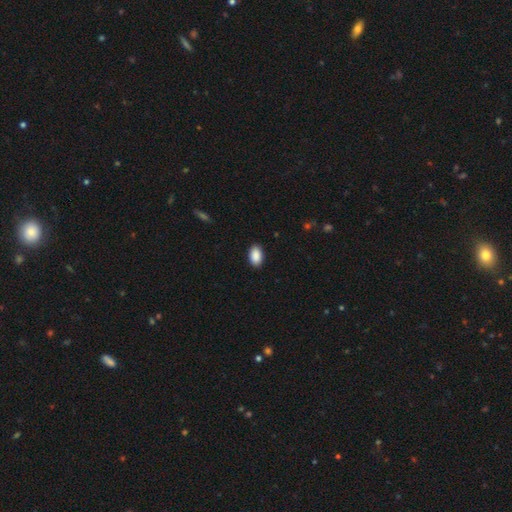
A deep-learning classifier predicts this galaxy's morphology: smooth_or_featured: smooth (p=0.90) [alt: star or artifact p=0.07]
how_rounded: in between (p=0.93) [alt: round p=0.06]
merging: none (p=0.90) [alt: minor disturbance p=0.08]